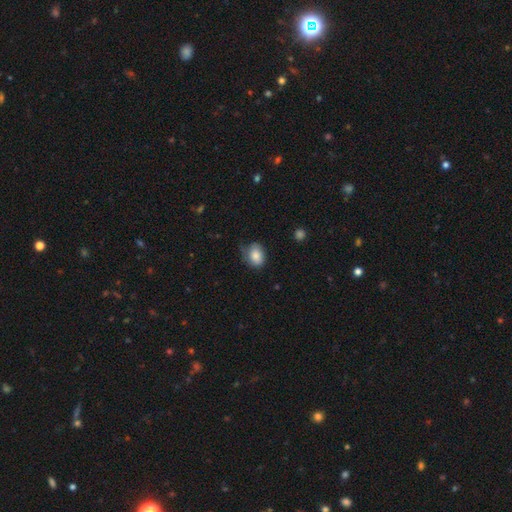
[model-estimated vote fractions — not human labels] smooth_or_featured: smooth (p=0.83) [alt: featured or disk p=0.09]
how_rounded: in between (p=0.67) [alt: round p=0.32]
merging: none (p=0.56) [alt: minor disturbance p=0.32]